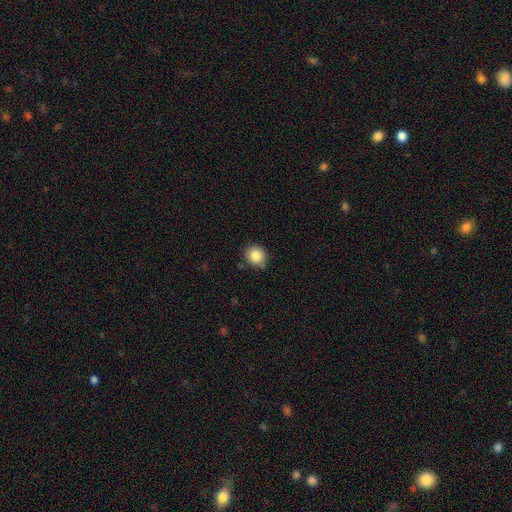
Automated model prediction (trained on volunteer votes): This appears to be a smooth galaxy with no disk features (84%) that is round (78%). Merging: none (80%).